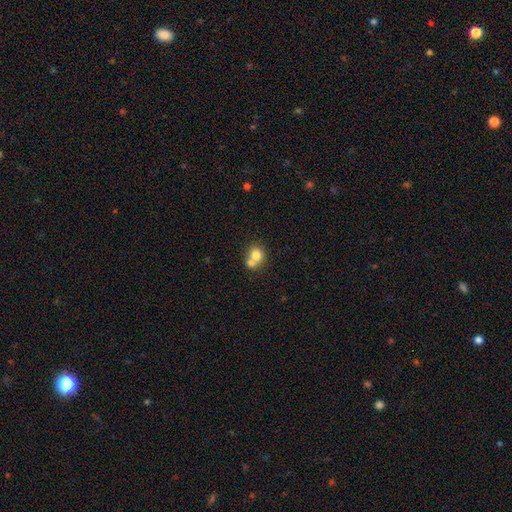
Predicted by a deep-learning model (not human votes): smooth-or-featured: smooth: 76% | featured or disk: 14% | star or artifact: 10%
  how-rounded: round: 79% | in between: 20% | cigar-shaped: 1%
  merging: merger: 54% | none: 37% | minor disturbance: 6% | major disturbance: 3%